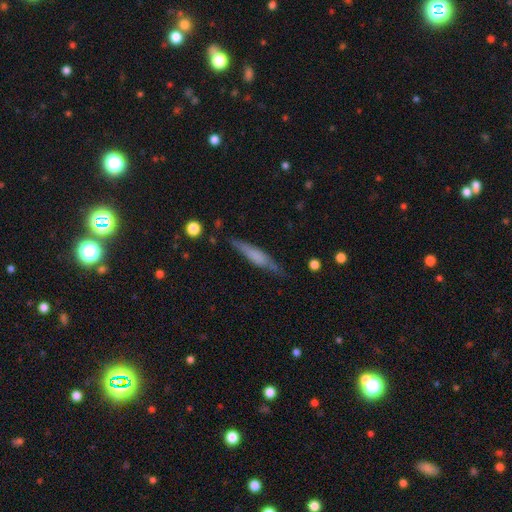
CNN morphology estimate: A smooth galaxy with no disk features (52%) that is cigar-shaped (85%).

Vote fractions:
- Smooth or featured? smooth: 52% / featured or disk: 41% / star or artifact: 7%
- How rounded? cigar-shaped: 85% / in between: 13% / round: 2%
- Merging? none: 73% / minor disturbance: 20% / major disturbance: 5% / merger: 2%